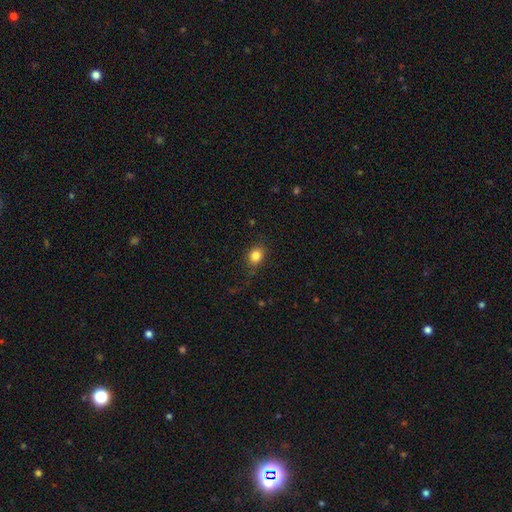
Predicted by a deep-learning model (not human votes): smooth-or-featured: smooth: 84% | star or artifact: 11% | featured or disk: 5%
  how-rounded: round: 56% | in between: 43% | cigar-shaped: 1%
  merging: none: 82% | minor disturbance: 13% | major disturbance: 4% | merger: 1%